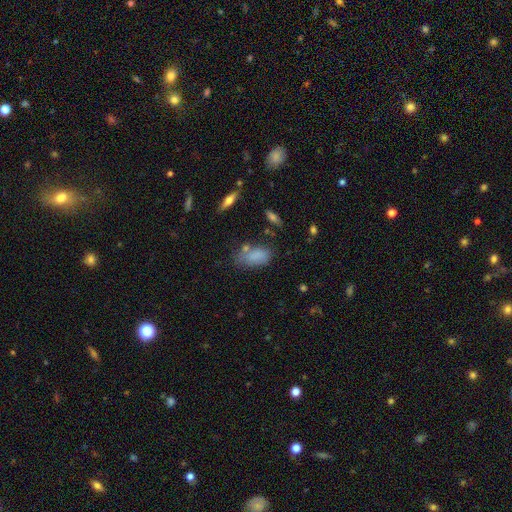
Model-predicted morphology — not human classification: smooth-or-featured: smooth: 79% | featured or disk: 11% | star or artifact: 10%
  how-rounded: in between: 90% | round: 6% | cigar-shaped: 4%
  merging: none: 53% | minor disturbance: 27% | major disturbance: 11% | merger: 9%